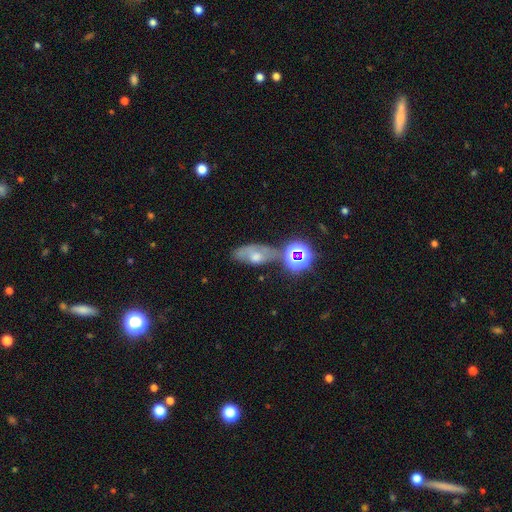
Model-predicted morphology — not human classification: smooth_or_featured: featured or disk (p=0.38) [alt: star or artifact p=0.34]
merging: none (p=0.58) [alt: minor disturbance p=0.19]